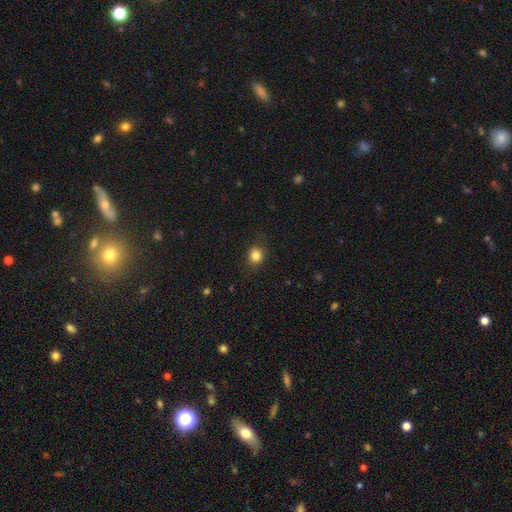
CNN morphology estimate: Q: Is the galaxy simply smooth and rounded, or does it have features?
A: smooth — 83%.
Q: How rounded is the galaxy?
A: round — 79%.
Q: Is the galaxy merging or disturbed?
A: none — 84%.